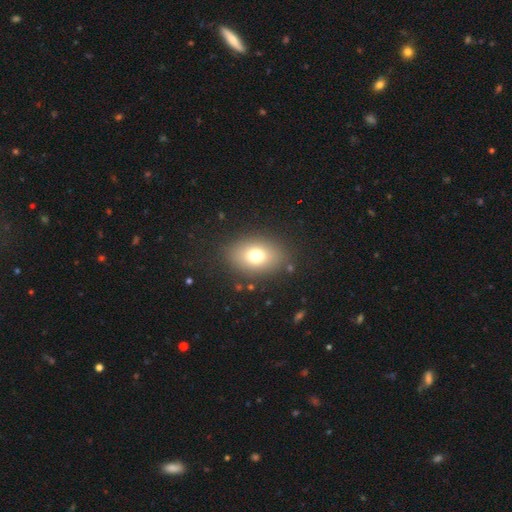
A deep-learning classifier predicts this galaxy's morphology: Smooth or featured?
  - smooth: 74% *
  - featured or disk: 14%
  - star or artifact: 13%
How rounded?
  - in between: 74% *
  - round: 24%
  - cigar-shaped: 1%
Merging?
  - none: 85% *
  - minor disturbance: 9%
  - major disturbance: 4%
  - merger: 2%